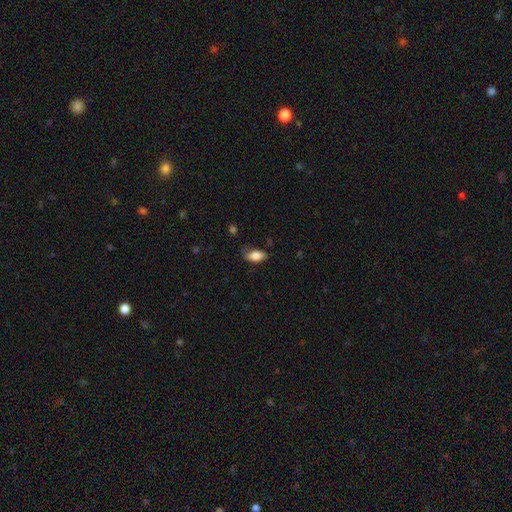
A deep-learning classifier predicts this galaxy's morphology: This appears to be a smooth galaxy with no disk features (82%) that is in between round and cigar-shaped (90%). Merging: none (67%).